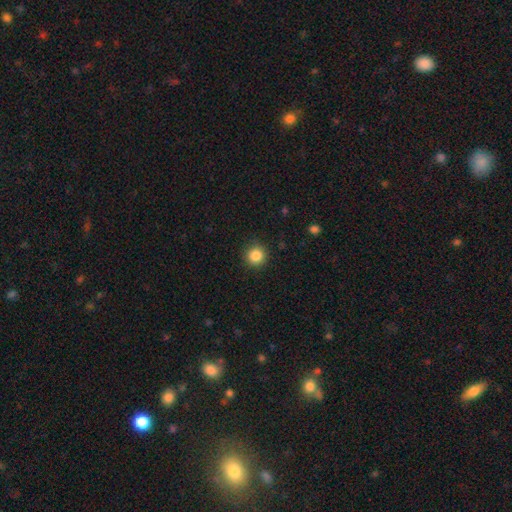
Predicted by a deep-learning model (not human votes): Overall: smooth (86%). How rounded: round (95%). Merging: none (90%).